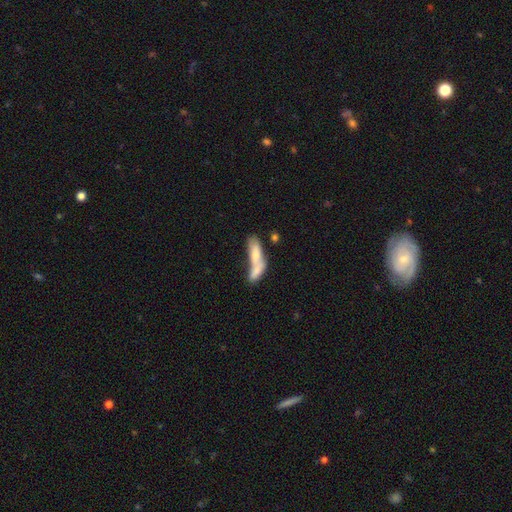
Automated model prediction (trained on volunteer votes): Smooth or featured? smooth (68%)
How rounded? in between (55%)
Merging? merger (65%)